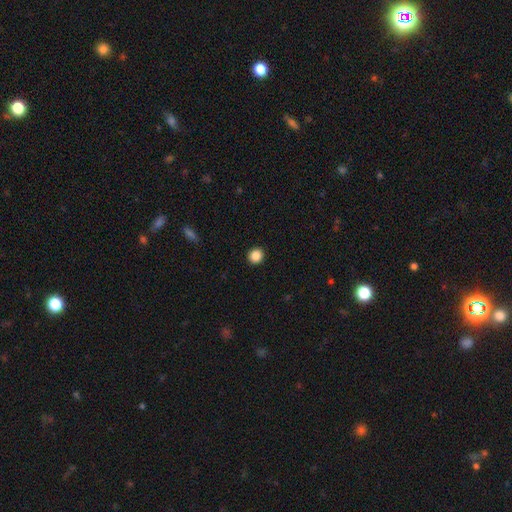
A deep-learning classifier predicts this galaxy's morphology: smooth_or_featured: smooth (p=0.87) [alt: star or artifact p=0.10]
how_rounded: round (p=0.90) [alt: in between p=0.10]
merging: none (p=0.93) [alt: minor disturbance p=0.04]